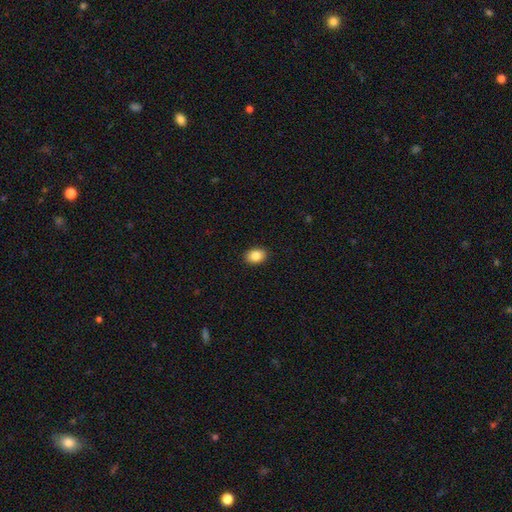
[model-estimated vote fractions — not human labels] Smooth or featured? Predicted: smooth (p=0.87). How rounded? Predicted: in between (p=0.74). Merging? Predicted: none (p=0.90).